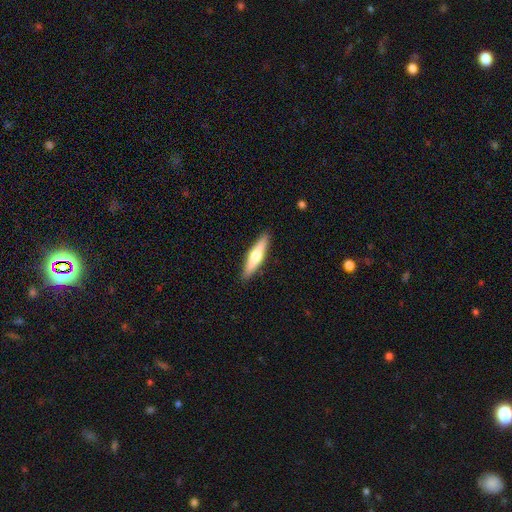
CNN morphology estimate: Overall: smooth (52%; featured or disk 43%). How rounded: cigar-shaped (79%). Merging: none (90%).